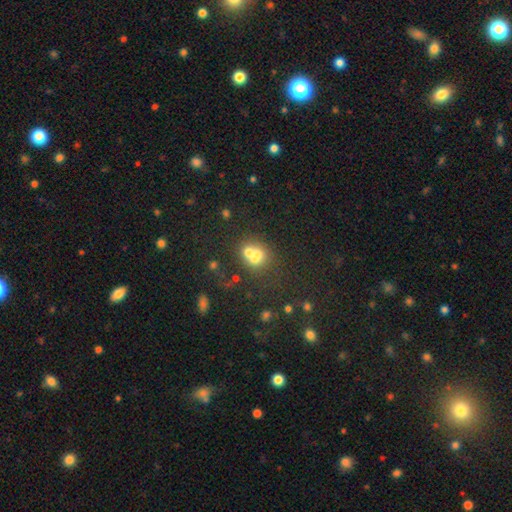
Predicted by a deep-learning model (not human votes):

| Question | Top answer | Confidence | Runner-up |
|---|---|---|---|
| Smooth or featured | smooth | 61% | featured or disk (22%) |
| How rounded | round | 66% | in between (32%) |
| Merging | merger | 58% | none (29%) |